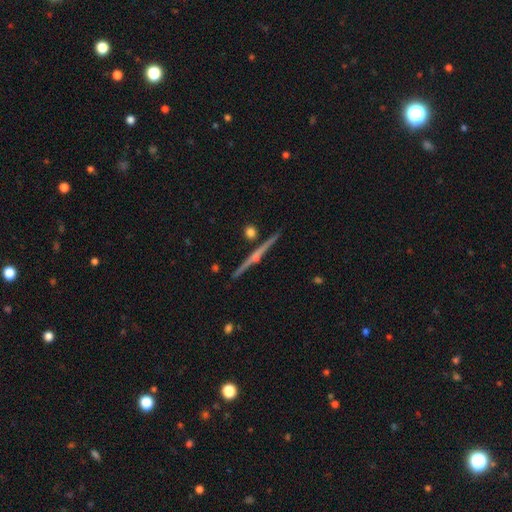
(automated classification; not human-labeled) Overall: featured or disk (85%). Edge-on disk: yes (98%). Edge-on bulge: rounded (86%). Merging: none (91%).